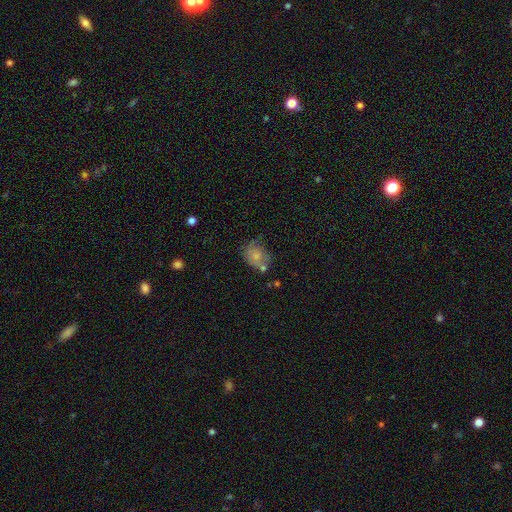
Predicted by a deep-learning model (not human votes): Smooth or featured? Predicted: smooth (p=0.65). How rounded? Predicted: in between (p=0.50). Merging? Predicted: none (p=0.42).